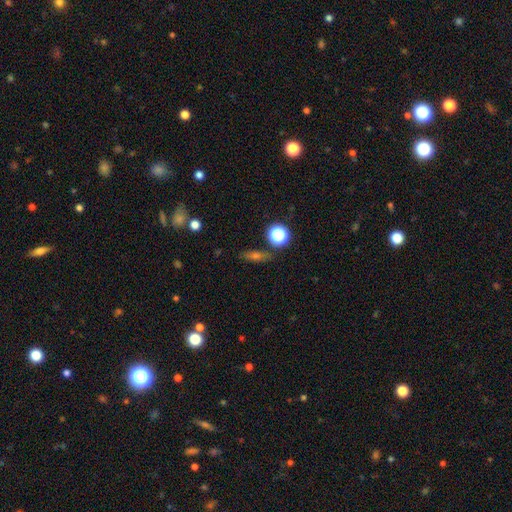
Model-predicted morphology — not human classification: smooth-or-featured: smooth: 43% | featured or disk: 31% | star or artifact: 26%
  merging: none: 82% | minor disturbance: 10% | merger: 4% | major disturbance: 4%